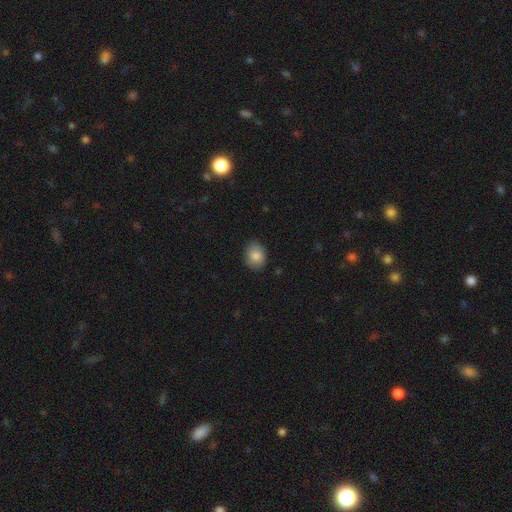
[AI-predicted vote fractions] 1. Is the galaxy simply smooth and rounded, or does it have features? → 84% smooth, 8% featured or disk, 7% star or artifact.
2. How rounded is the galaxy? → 65% in between, 34% round, 1% cigar-shaped.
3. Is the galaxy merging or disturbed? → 83% none, 13% minor disturbance, 2% major disturbance, 1% merger.